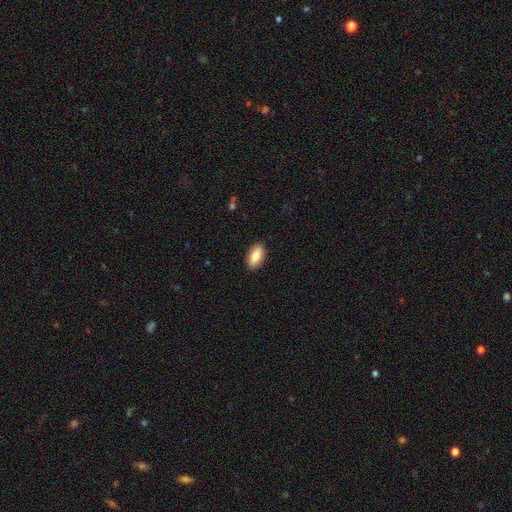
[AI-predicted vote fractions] smooth 81%, featured or disk 13%, star or artifact 7%. Down the decision tree: how rounded — in between (90%); merging — none (89%).